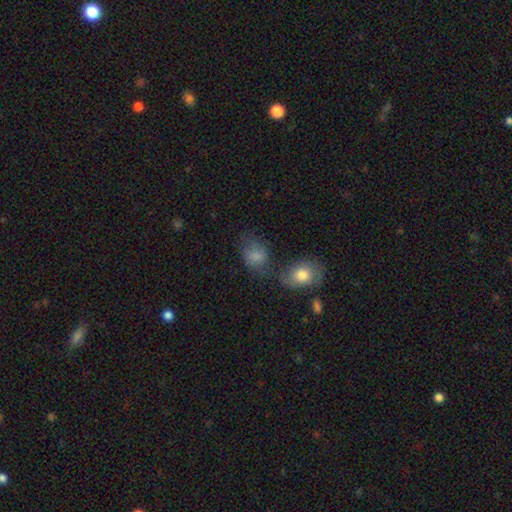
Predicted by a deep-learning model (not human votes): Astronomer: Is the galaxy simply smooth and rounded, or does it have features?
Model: smooth — 77%.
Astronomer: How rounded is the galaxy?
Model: in between — 62% (runner-up: round, 37%).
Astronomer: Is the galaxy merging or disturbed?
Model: none — 39% (runner-up: merger, 27%).